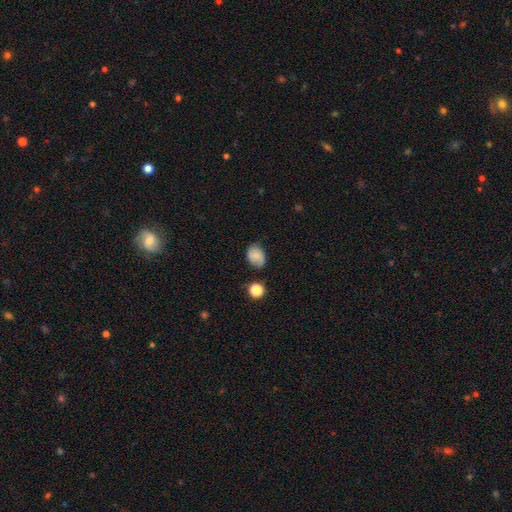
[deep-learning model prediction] Q: Smooth or featured?
A: smooth (73%); runner-up: featured or disk (17%)
Q: How rounded?
A: in between (64%); runner-up: round (35%)
Q: Merging?
A: none (68%); runner-up: minor disturbance (24%)